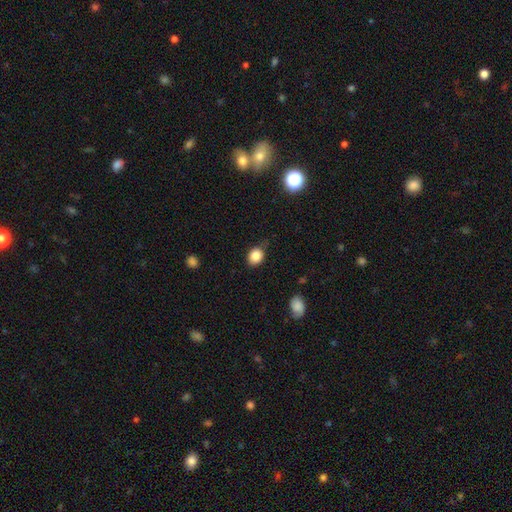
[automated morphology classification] Smooth or featured? Predicted: smooth (p=0.84). How rounded? Predicted: round (p=0.52). Merging? Predicted: none (p=0.73).